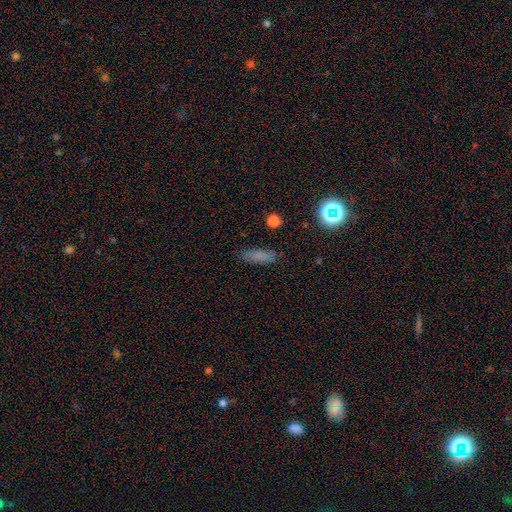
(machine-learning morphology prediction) smooth_or_featured: smooth (p=0.72) [alt: star or artifact p=0.17]
how_rounded: cigar-shaped (p=0.61) [alt: in between p=0.34]
merging: none (p=0.85) [alt: minor disturbance p=0.10]